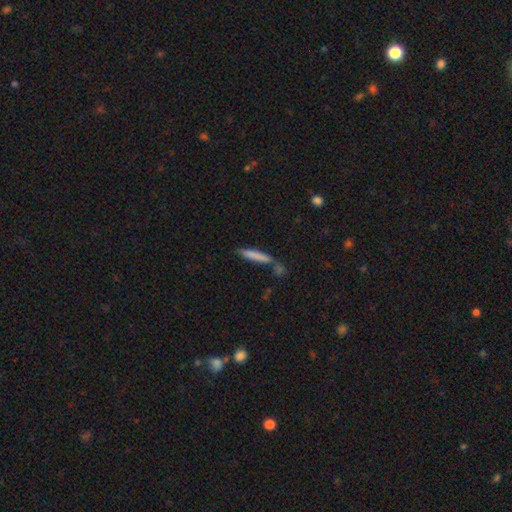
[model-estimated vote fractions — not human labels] smooth_or_featured: smooth (p=0.78) [alt: featured or disk p=0.16]
how_rounded: cigar-shaped (p=0.91) [alt: in between p=0.08]
merging: none (p=0.67) [alt: merger p=0.16]